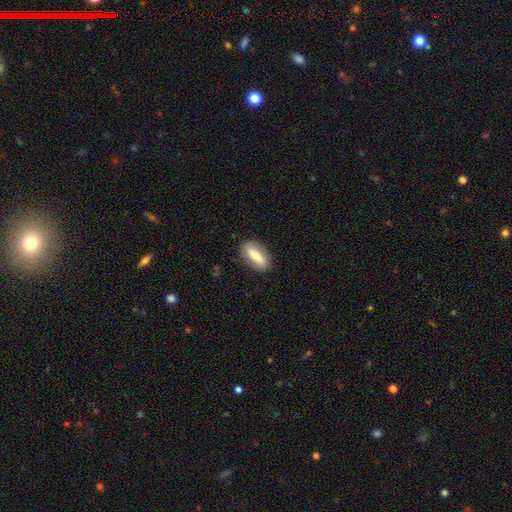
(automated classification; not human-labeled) Q: Smooth or featured?
A: smooth (72%); runner-up: featured or disk (21%)
Q: How rounded?
A: in between (74%); runner-up: cigar-shaped (23%)
Q: Merging?
A: none (84%); runner-up: minor disturbance (12%)